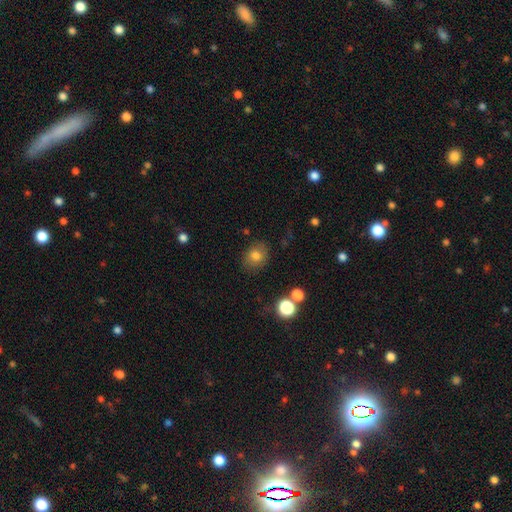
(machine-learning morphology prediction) A smooth galaxy with no disk features (77%) that is round (62%).

Vote fractions:
- Smooth or featured? smooth: 77% / star or artifact: 12% / featured or disk: 11%
- How rounded? round: 62% / in between: 37% / cigar-shaped: 1%
- Merging? none: 81% / minor disturbance: 13% / major disturbance: 4% / merger: 3%